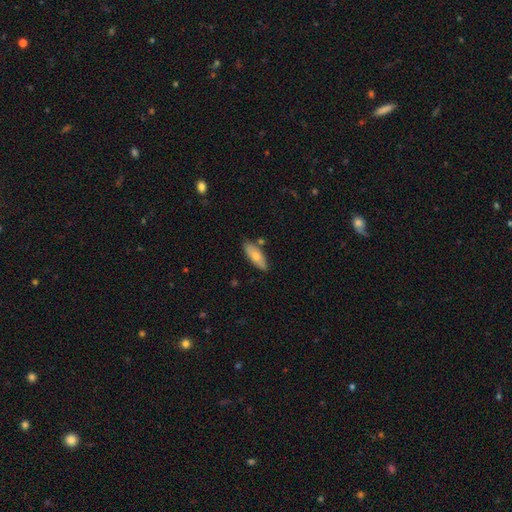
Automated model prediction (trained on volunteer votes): Overall: smooth (68%). How rounded: in between (71%). Merging: none (79%).